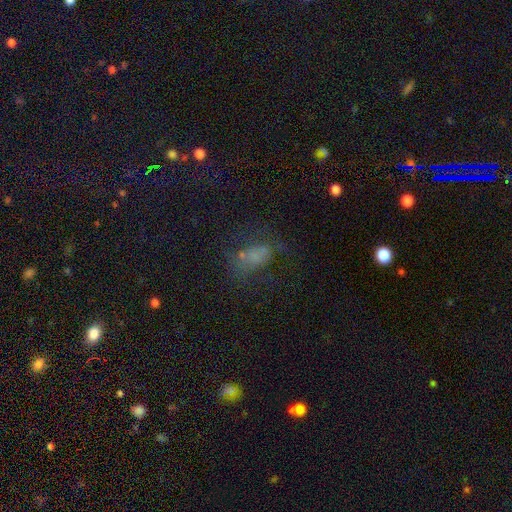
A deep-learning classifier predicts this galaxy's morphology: This appears to be a smooth galaxy with no disk features (54%) that is in between round and cigar-shaped (83%). Merging: none (44%).